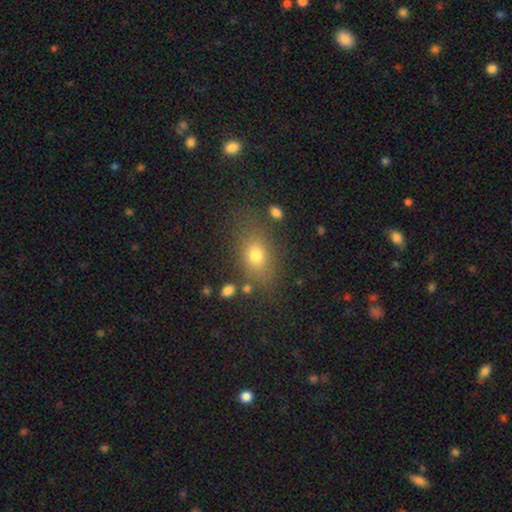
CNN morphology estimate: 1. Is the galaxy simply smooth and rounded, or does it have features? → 72% smooth, 15% star or artifact, 13% featured or disk.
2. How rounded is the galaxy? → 70% in between, 26% round, 3% cigar-shaped.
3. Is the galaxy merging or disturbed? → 74% none, 15% minor disturbance, 6% major disturbance, 5% merger.